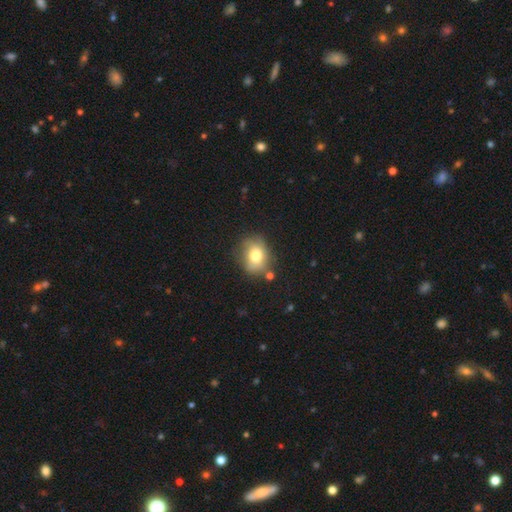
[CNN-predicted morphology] smooth-or-featured: smooth: 75% | featured or disk: 15% | star or artifact: 10%
  how-rounded: round: 51% | in between: 48% | cigar-shaped: 1%
  merging: none: 70% | minor disturbance: 19% | merger: 6% | major disturbance: 5%